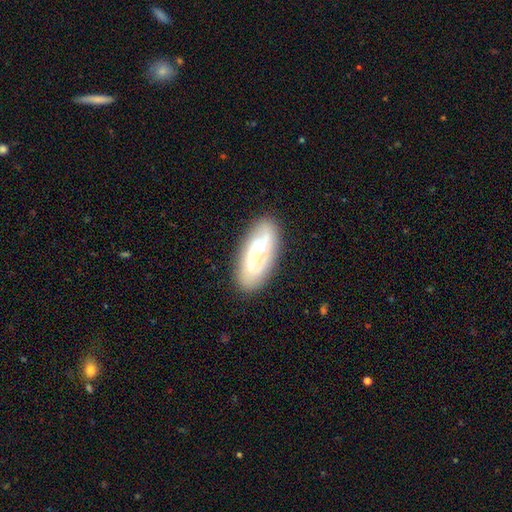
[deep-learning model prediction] A featured or disk galaxy (56%). Merging: none (69%).